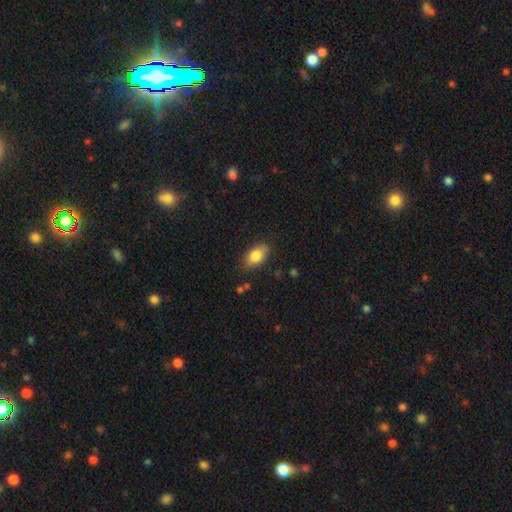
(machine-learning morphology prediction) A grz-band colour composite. It shows a smooth galaxy with no disk features (84%) that is in between round and cigar-shaped (90%). Merging: none (81%).